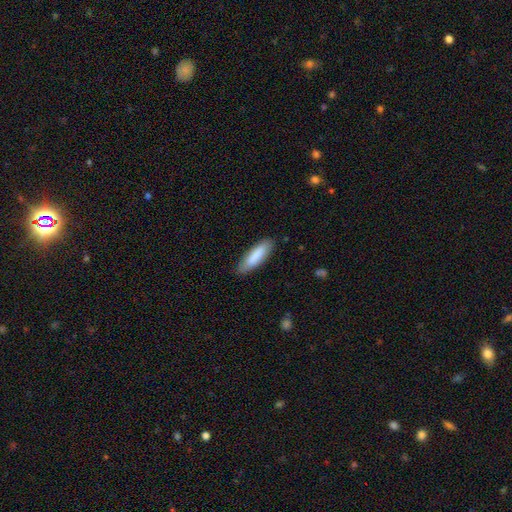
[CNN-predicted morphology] smooth-or-featured: smooth: 85% | featured or disk: 9% | star or artifact: 5%
  how-rounded: cigar-shaped: 57% | in between: 41% | round: 1%
  merging: none: 86% | minor disturbance: 11% | major disturbance: 2% | merger: 1%